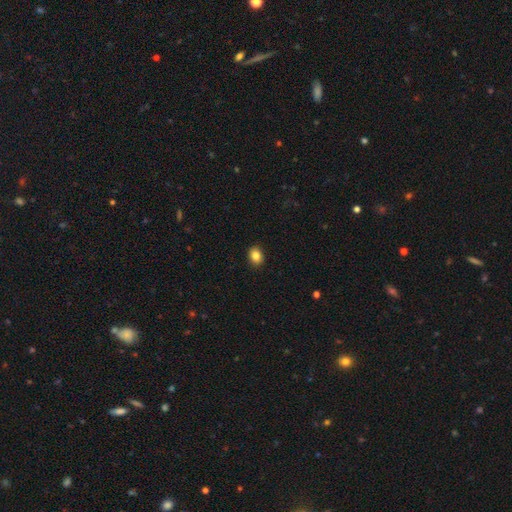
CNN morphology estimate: The model was most divided on "how rounded": in between: 59%, round: 40%, cigar-shaped: 1%. More confident: merging — none (91%); smooth or featured — smooth (86%).